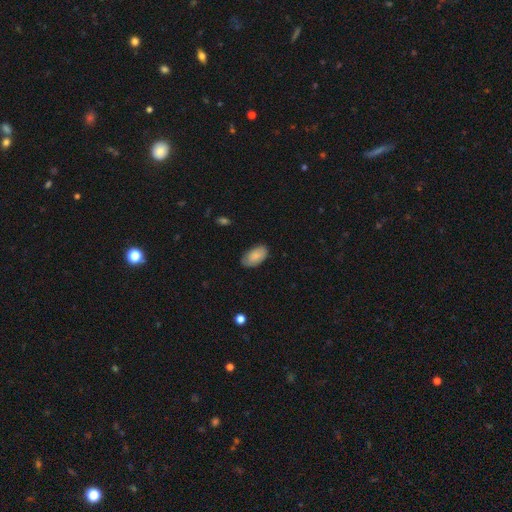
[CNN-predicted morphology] This is clearly a smooth galaxy (82%). How rounded: clearly in between (95%). Merging: likely none (78%).